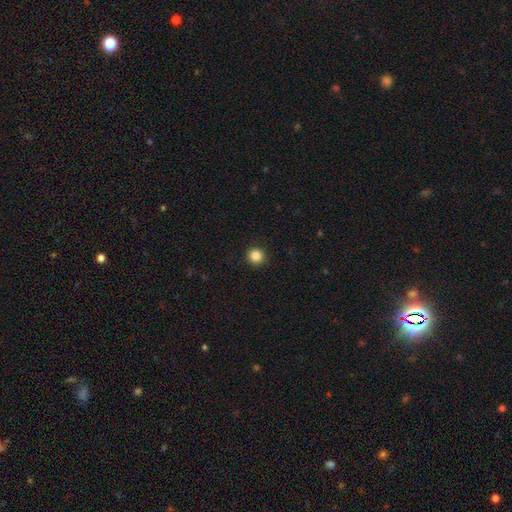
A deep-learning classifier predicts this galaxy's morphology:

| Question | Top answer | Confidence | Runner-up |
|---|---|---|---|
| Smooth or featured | smooth | 86% | star or artifact (11%) |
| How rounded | round | 95% | in between (4%) |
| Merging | none | 93% | minor disturbance (5%) |